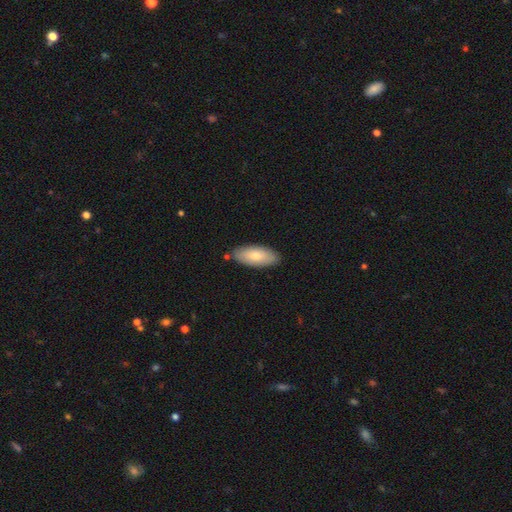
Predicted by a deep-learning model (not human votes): A smooth galaxy with no disk features (77%) that is in between round and cigar-shaped (86%). Merging: none (84%).